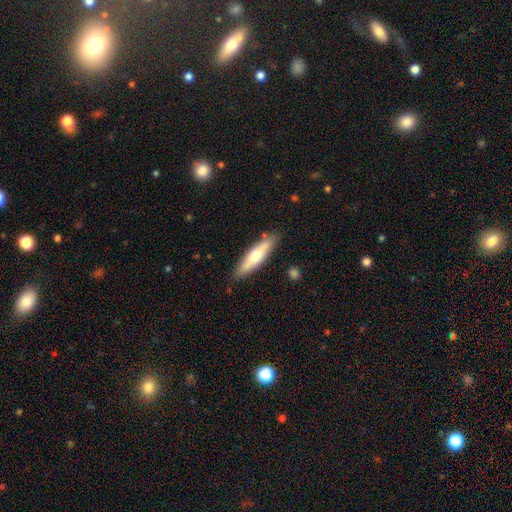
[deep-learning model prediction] This appears to be a smooth galaxy with no disk features (58%) that is cigar-shaped (75%). Merging: none (84%).